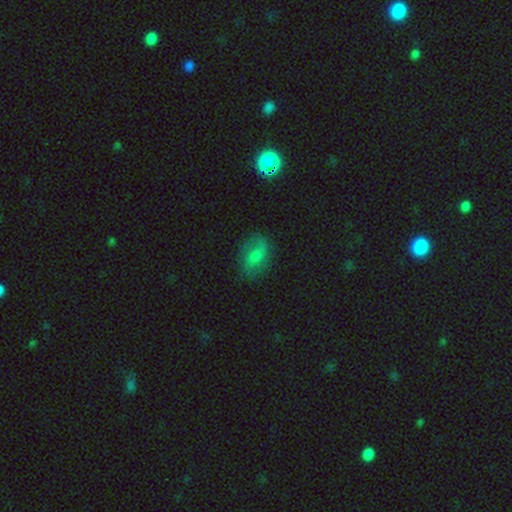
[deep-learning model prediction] smooth_or_featured: smooth (p=0.52) [alt: featured or disk p=0.35]
how_rounded: in between (p=0.78) [alt: round p=0.19]
merging: none (p=0.73) [alt: minor disturbance p=0.19]